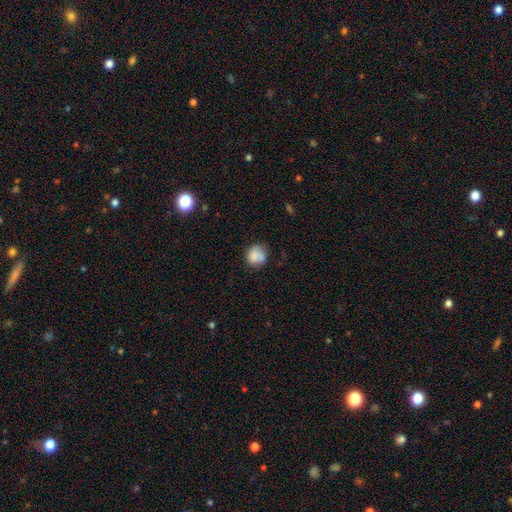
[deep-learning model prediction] smooth-or-featured: smooth: 76% | featured or disk: 16% | star or artifact: 9%
  how-rounded: round: 80% | in between: 19% | cigar-shaped: 1%
  merging: none: 54% | minor disturbance: 22% | merger: 17% | major disturbance: 7%